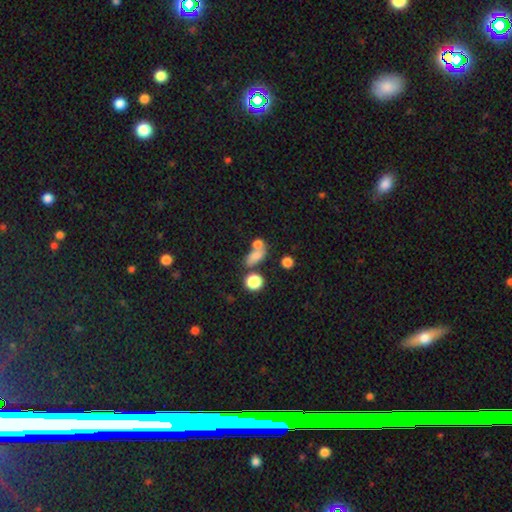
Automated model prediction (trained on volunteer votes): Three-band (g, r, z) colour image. It shows a smooth galaxy with no disk features (74%) that is in between round and cigar-shaped (68%). Merging: merger (42%).